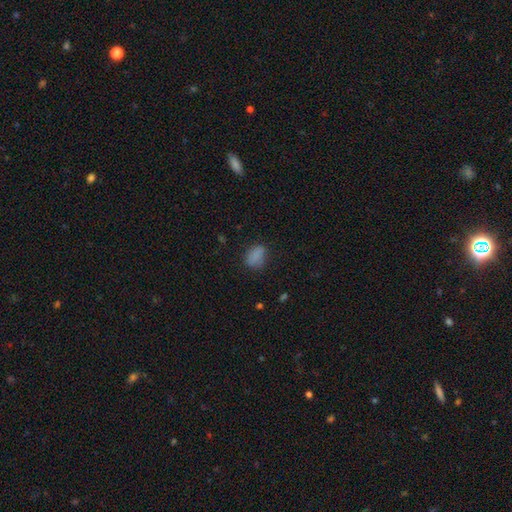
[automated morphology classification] Smooth or featured? Predicted: smooth (p=0.82). How rounded? Predicted: in between (p=0.77). Merging? Predicted: none (p=0.71).